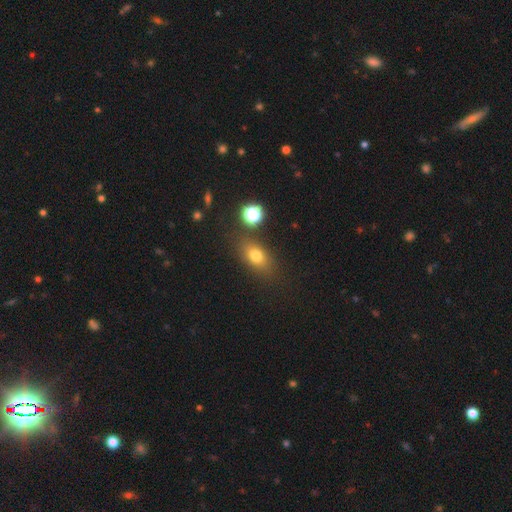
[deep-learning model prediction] This is likely a smooth galaxy (74%). How rounded: likely in between (72%). Merging: likely none (79%).